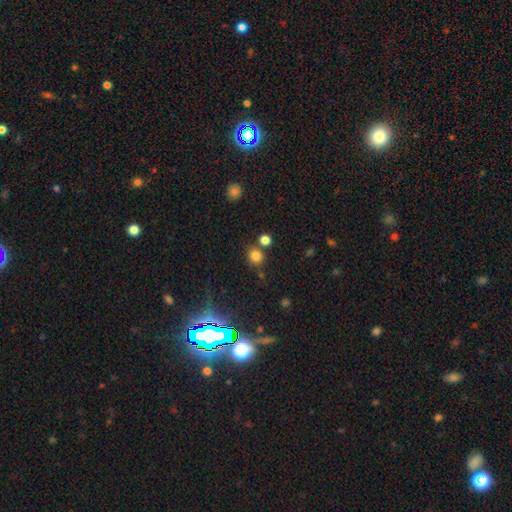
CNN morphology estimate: Q: Smooth or featured?
A: smooth (78%); runner-up: star or artifact (16%)
Q: How rounded?
A: round (85%); runner-up: in between (14%)
Q: Merging?
A: none (71%); runner-up: merger (17%)